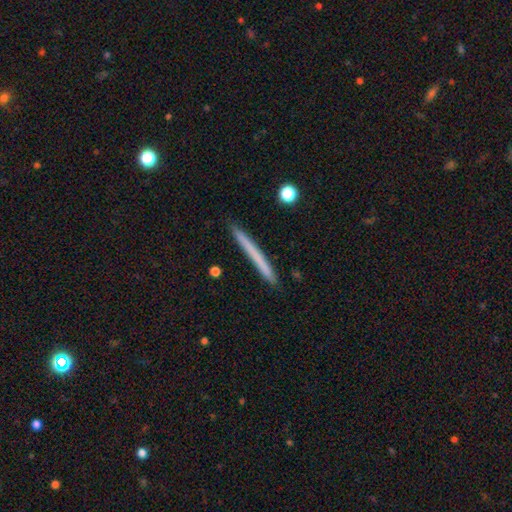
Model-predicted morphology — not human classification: Smooth or featured? smooth (62%)
How rounded? cigar-shaped (97%)
Merging? none (91%)